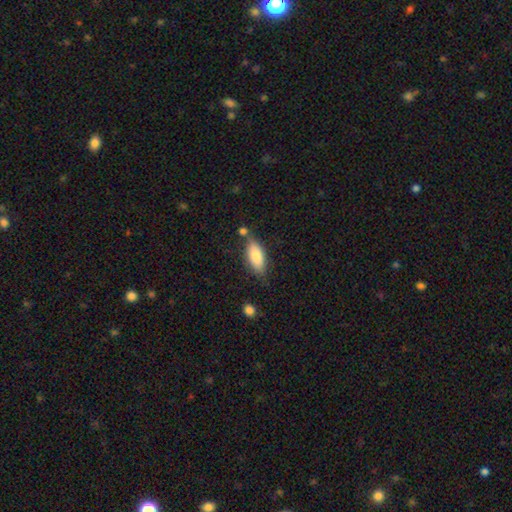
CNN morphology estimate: This appears to be a smooth galaxy with no disk features (81%) that is in between round and cigar-shaped (81%). Merging: none (68%).